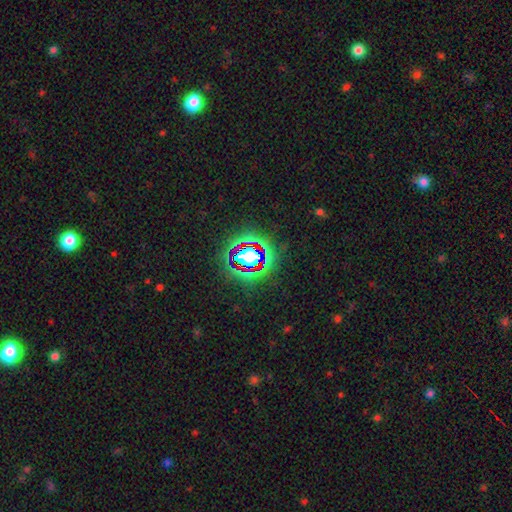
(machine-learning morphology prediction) smooth_or_featured: star or artifact (p=0.77) [alt: smooth p=0.13]